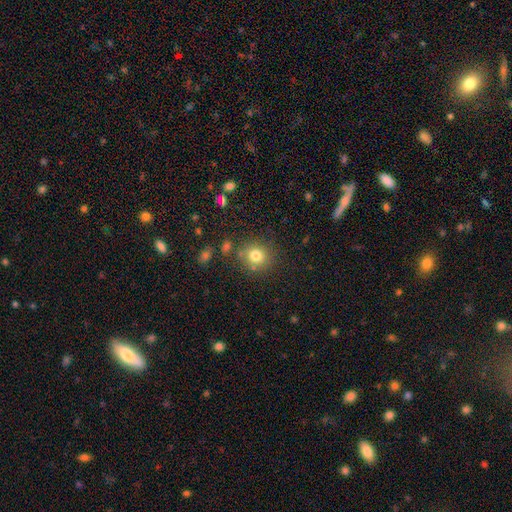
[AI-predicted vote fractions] A smooth galaxy with no disk features (78%) that is round (86%). Merging: none (80%).